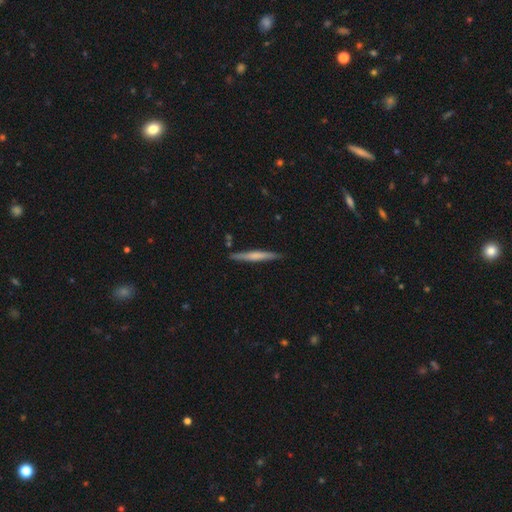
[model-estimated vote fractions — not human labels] Smooth or featured?
  - smooth: 49% *
  - featured or disk: 45%
  - star or artifact: 5%
Merging?
  - none: 87% *
  - minor disturbance: 9%
  - merger: 2%
  - major disturbance: 2%